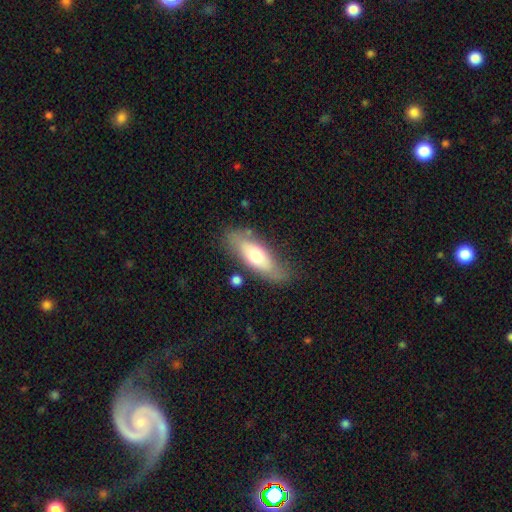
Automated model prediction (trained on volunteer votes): The model was most divided on "smooth or featured": smooth: 61%, featured or disk: 33%, star or artifact: 6%. More confident: merging — none (73%); how rounded — in between (66%).